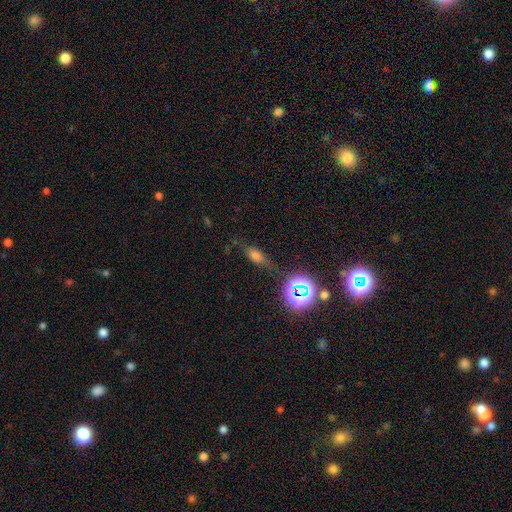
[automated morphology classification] A smooth galaxy with no disk features (64%) that is in between round and cigar-shaped (69%).

Vote fractions:
- Smooth or featured? smooth: 64% / star or artifact: 22% / featured or disk: 15%
- How rounded? in between: 69% / cigar-shaped: 22% / round: 9%
- Merging? none: 68% / minor disturbance: 20% / major disturbance: 8% / merger: 4%